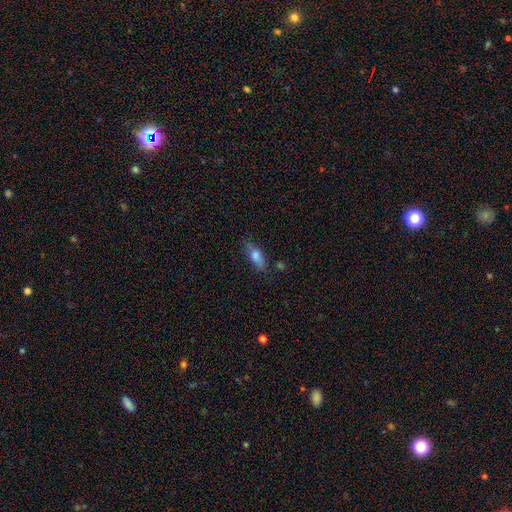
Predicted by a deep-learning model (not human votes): Morphology: type=smooth (77%); roundness=in between (76%); merging=none (63%).